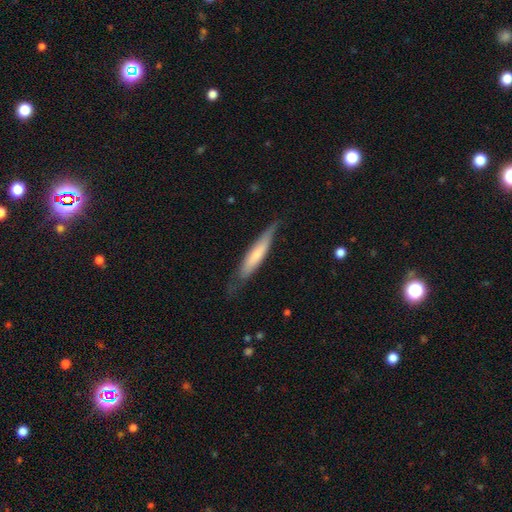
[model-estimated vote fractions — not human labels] Q: Smooth or featured?
A: smooth (56%); runner-up: featured or disk (38%)
Q: How rounded?
A: cigar-shaped (86%); runner-up: in between (12%)
Q: Merging?
A: none (69%); runner-up: minor disturbance (23%)